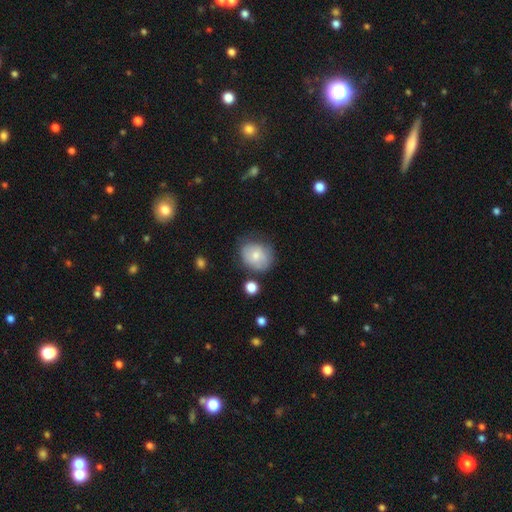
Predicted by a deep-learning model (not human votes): A smooth galaxy with no disk features (69%) that is round (60%). Merging: none (63%).